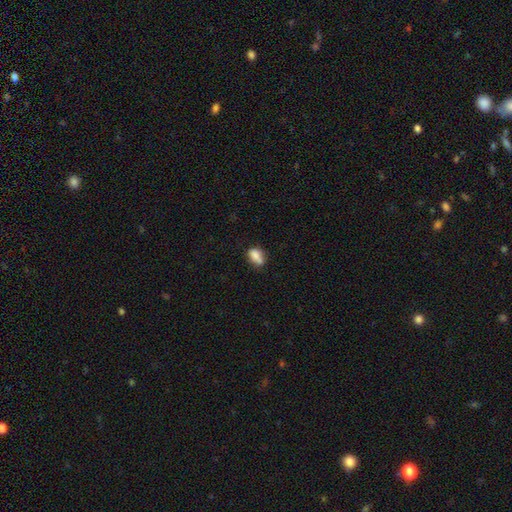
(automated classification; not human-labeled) Smooth or featured: smooth — 80% (featured or disk — 11%)
How rounded: in between — 78% (round — 15%)
Merging: none — 59% (minor disturbance — 27%)